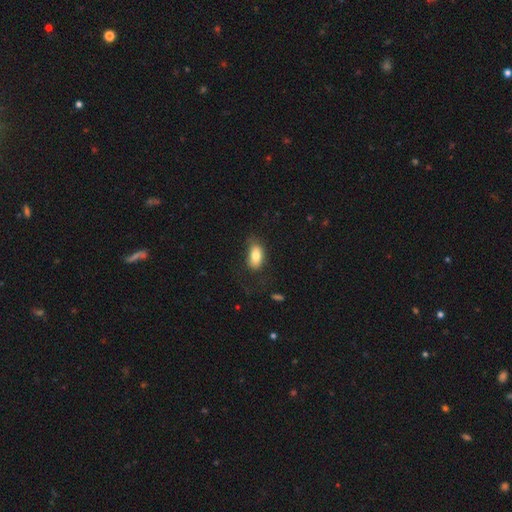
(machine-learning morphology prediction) A smooth galaxy with no disk features (79%) that is in between round and cigar-shaped (91%). Merging: none (63%).